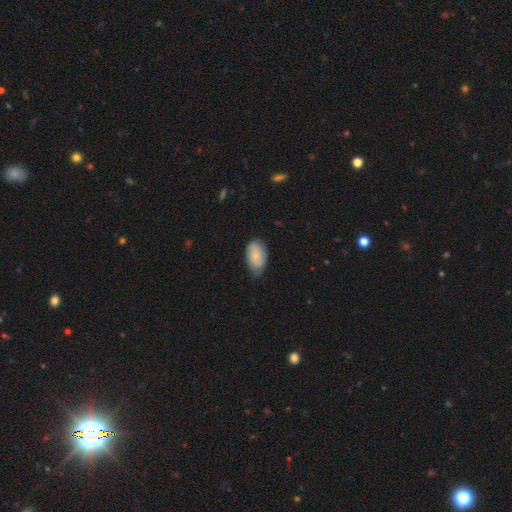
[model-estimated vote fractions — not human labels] The model was most divided on "merging": none: 64%, minor disturbance: 30%, major disturbance: 5%, merger: 1%. More confident: how rounded — in between (93%); smooth or featured — smooth (72%).